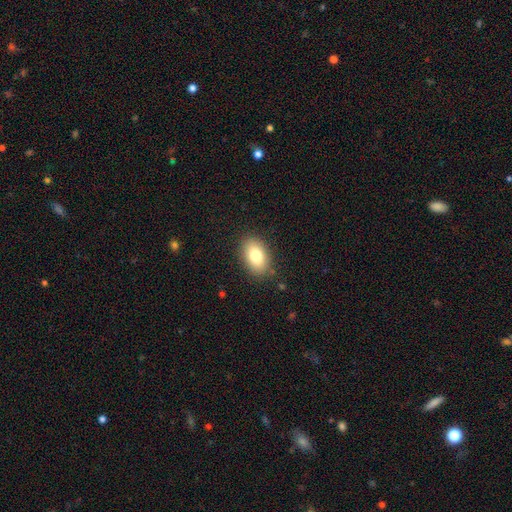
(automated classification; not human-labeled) This appears to be a smooth galaxy with no disk features (81%) that is in between round and cigar-shaped (88%). Merging: none (86%).